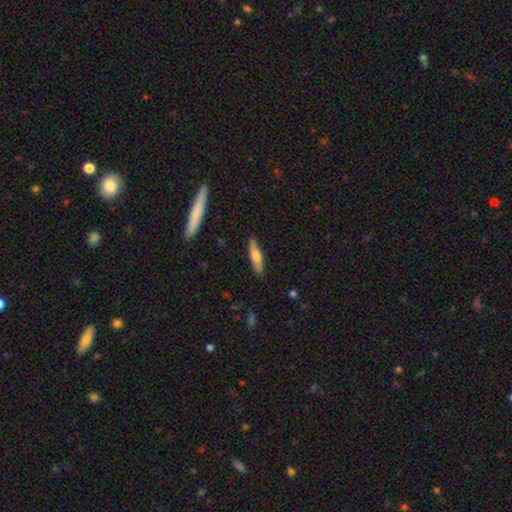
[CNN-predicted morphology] smooth_or_featured: smooth (p=0.66) [alt: featured or disk p=0.28]
how_rounded: cigar-shaped (p=0.76) [alt: in between p=0.22]
merging: none (p=0.87) [alt: minor disturbance p=0.10]